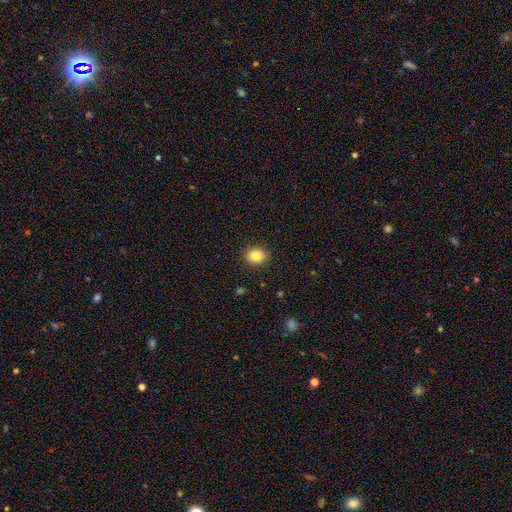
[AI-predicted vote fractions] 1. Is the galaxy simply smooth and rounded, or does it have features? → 86% smooth, 10% star or artifact, 5% featured or disk.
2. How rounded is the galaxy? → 64% round, 35% in between, 1% cigar-shaped.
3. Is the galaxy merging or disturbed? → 90% none, 7% minor disturbance, 2% major disturbance, 1% merger.